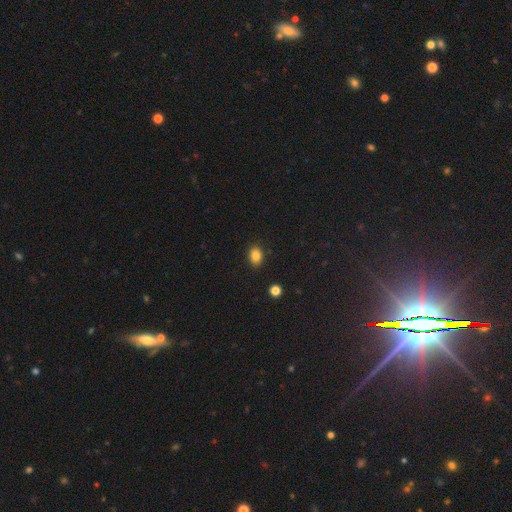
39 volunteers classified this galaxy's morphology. smooth_or_featured: smooth (p=0.85) [alt: star or artifact p=0.10]
how_rounded: in between (p=0.64) [alt: round p=0.36]
merging: none (p=0.86) [alt: minor disturbance p=0.09]